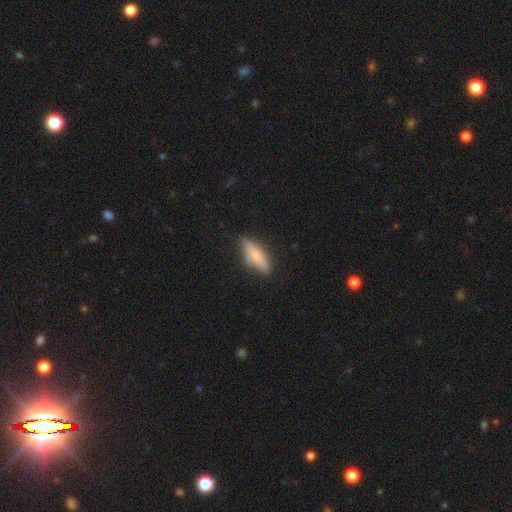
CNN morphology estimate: Smooth or featured? Predicted: smooth (p=0.66). How rounded? Predicted: cigar-shaped (p=0.59). Merging? Predicted: none (p=0.71).